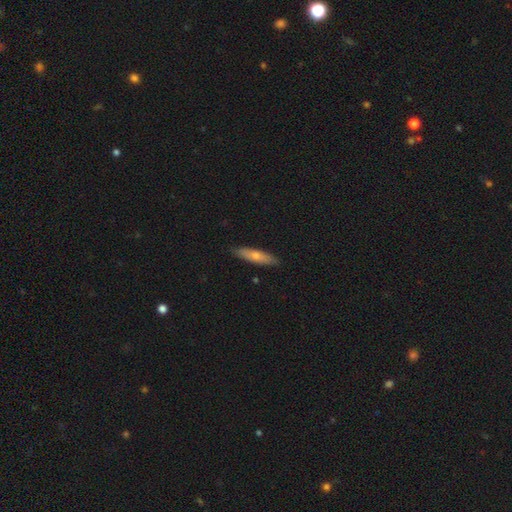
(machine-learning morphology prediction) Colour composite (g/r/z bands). It shows a smooth galaxy with no disk features (65%) that is cigar-shaped (72%). Merging: none (87%).